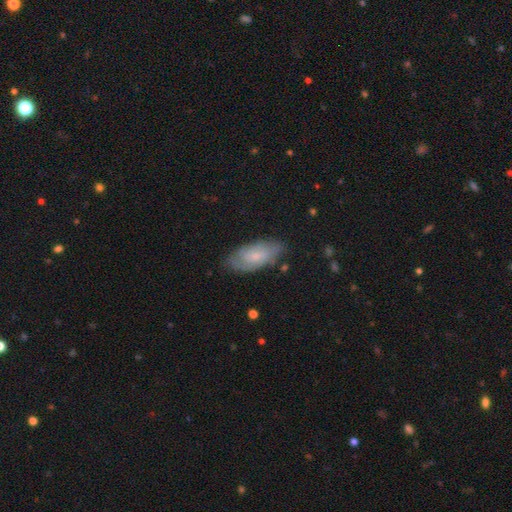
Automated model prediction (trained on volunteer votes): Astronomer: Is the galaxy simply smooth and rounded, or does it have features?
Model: smooth — 49% (runner-up: featured or disk, 44%).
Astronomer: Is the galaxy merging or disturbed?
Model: none — 72%.